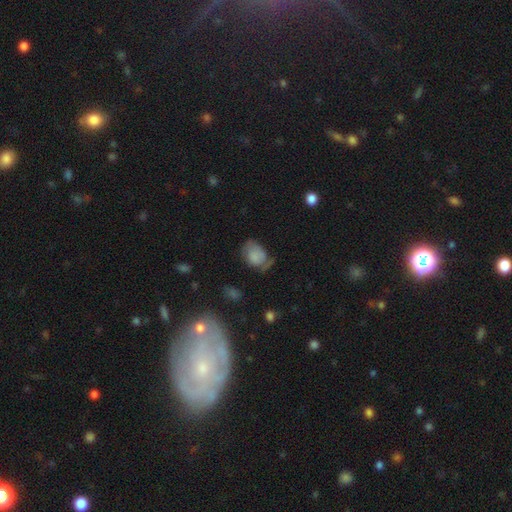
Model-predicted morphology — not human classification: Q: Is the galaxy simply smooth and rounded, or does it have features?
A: smooth — 71%.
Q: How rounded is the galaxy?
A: in between — 71%.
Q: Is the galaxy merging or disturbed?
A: minor disturbance — 35%.